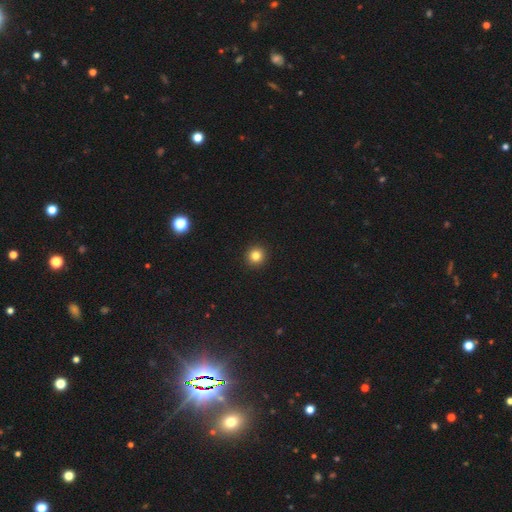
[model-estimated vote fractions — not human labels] Smooth or featured? smooth (82%)
How rounded? round (95%)
Merging? none (94%)